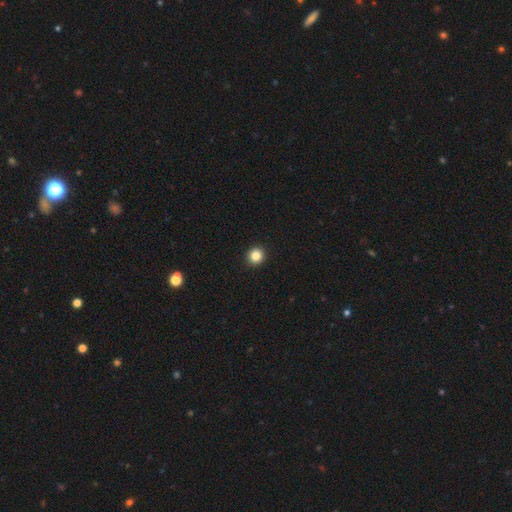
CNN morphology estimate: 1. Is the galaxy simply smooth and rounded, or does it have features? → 85% smooth, 11% star or artifact, 4% featured or disk.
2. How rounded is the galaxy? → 94% round, 5% in between, 1% cigar-shaped.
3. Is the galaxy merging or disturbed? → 94% none, 4% minor disturbance, 1% major disturbance, 1% merger.